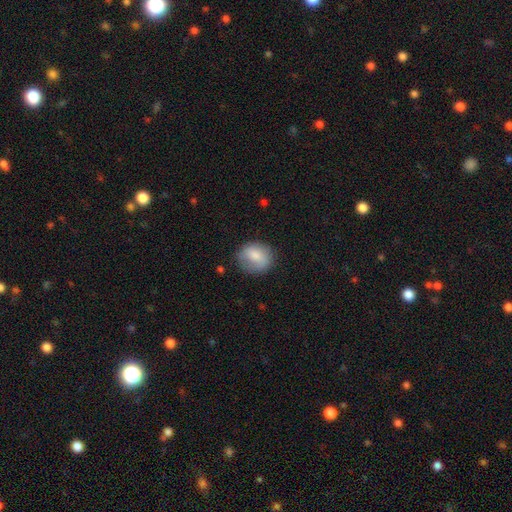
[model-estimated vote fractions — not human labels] smooth_or_featured: smooth (p=0.77) [alt: featured or disk p=0.16]
how_rounded: round (p=0.67) [alt: in between p=0.32]
merging: none (p=0.69) [alt: minor disturbance p=0.22]